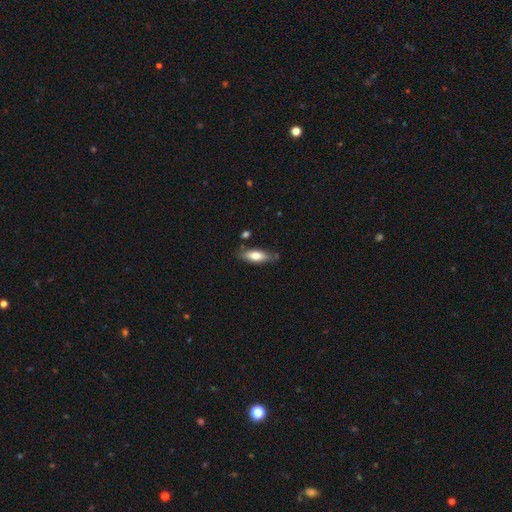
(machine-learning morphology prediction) Overall: smooth (70%). How rounded: in between (64%; cigar-shaped 34%). Merging: none (74%).